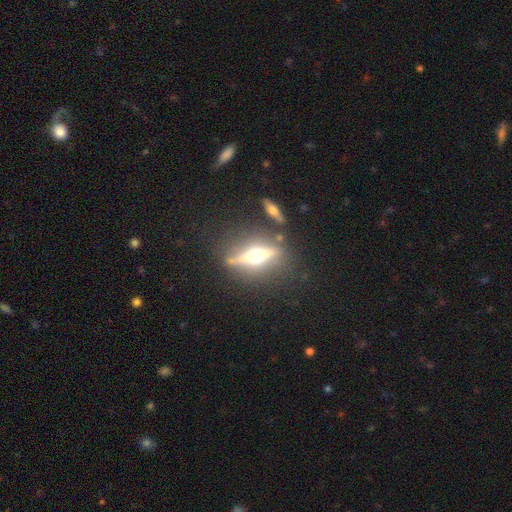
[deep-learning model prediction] Q: Smooth or featured?
A: featured or disk (76%); runner-up: smooth (16%)
Q: Edge-on disk?
A: yes (92%); runner-up: no (8%)
Q: Edge-on bulge?
A: rounded (95%); runner-up: boxy (3%)
Q: Merging?
A: none (77%); runner-up: minor disturbance (11%)